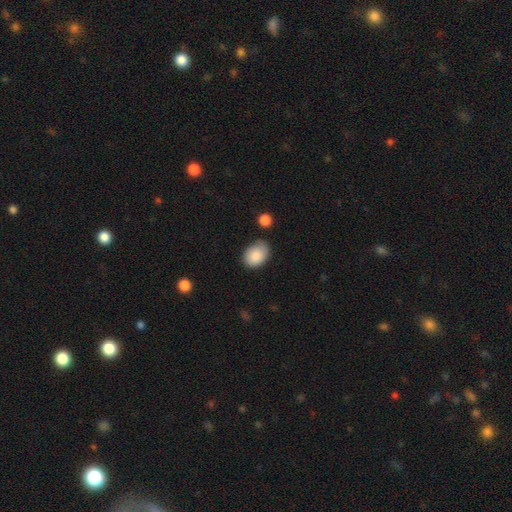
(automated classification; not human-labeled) smooth_or_featured: smooth (p=0.86) [alt: featured or disk p=0.07]
how_rounded: in between (p=0.78) [alt: round p=0.21]
merging: none (p=0.64) [alt: minor disturbance p=0.26]